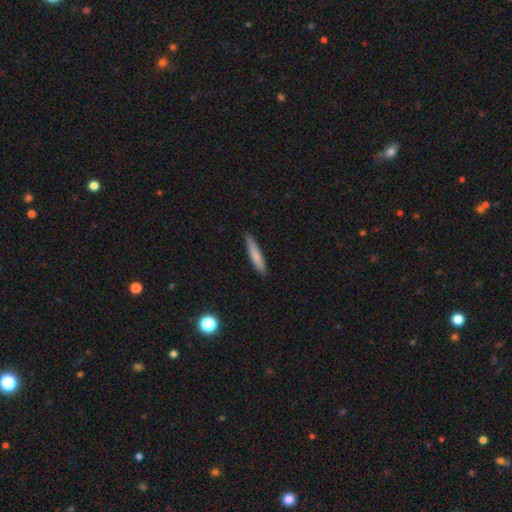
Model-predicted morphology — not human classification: smooth_or_featured: smooth (p=0.77) [alt: featured or disk p=0.16]
how_rounded: cigar-shaped (p=0.91) [alt: in between p=0.08]
merging: none (p=0.87) [alt: minor disturbance p=0.10]